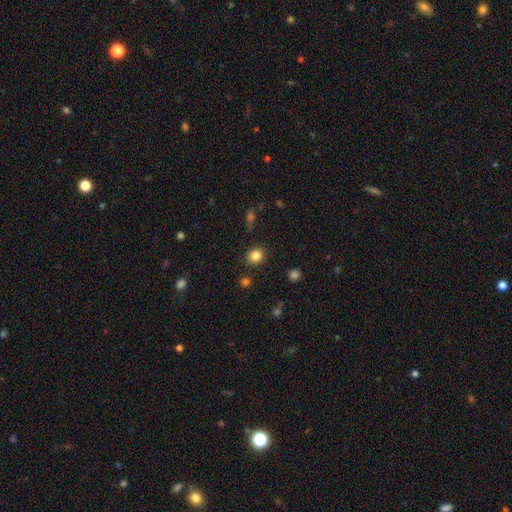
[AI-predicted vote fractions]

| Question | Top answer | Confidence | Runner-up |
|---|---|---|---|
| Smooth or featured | smooth | 83% | star or artifact (12%) |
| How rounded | round | 82% | in between (18%) |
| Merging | none | 88% | minor disturbance (8%) |